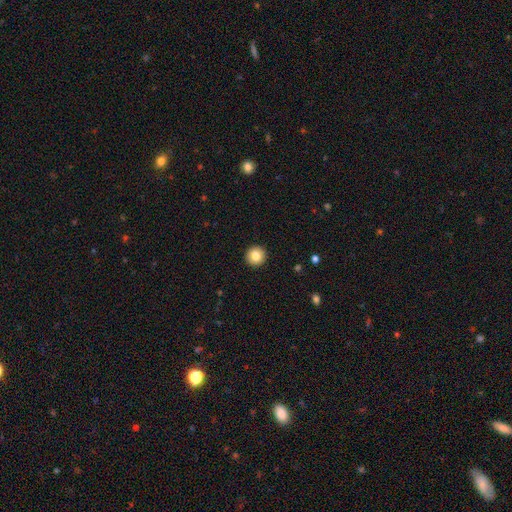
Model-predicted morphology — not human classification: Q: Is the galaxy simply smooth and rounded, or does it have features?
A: smooth — 83%.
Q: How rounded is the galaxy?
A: round — 96%.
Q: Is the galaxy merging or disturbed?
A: none — 94%.